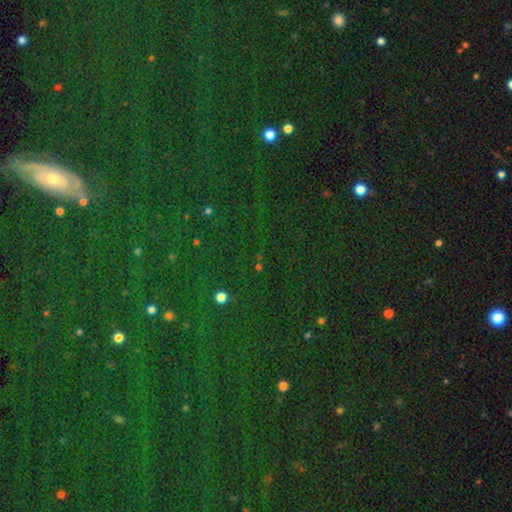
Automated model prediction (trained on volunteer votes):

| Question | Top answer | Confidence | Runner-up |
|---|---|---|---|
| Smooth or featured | star or artifact | 77% | smooth (14%) |